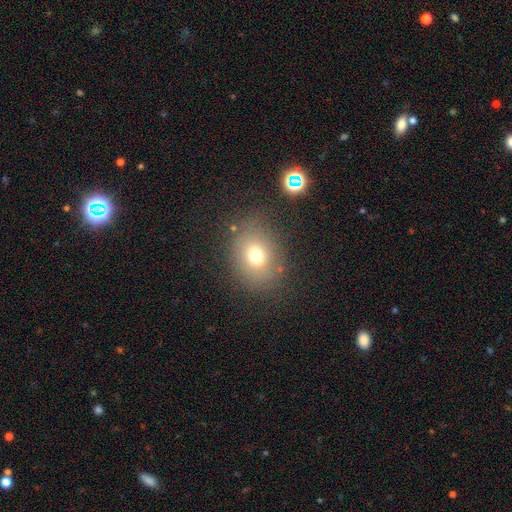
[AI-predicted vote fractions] This is likely a smooth galaxy (71%). How rounded: possibly round (54%). Merging: likely none (78%).